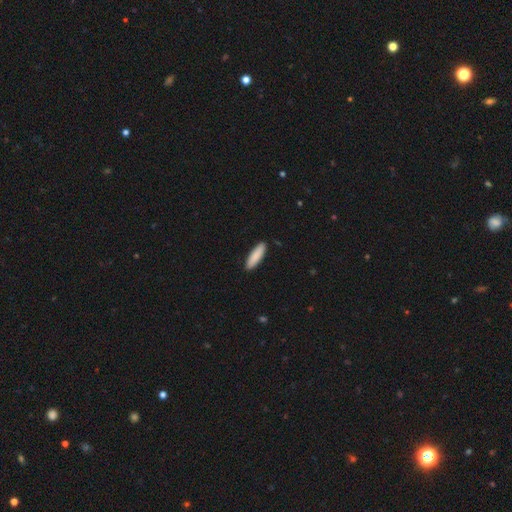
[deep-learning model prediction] Smooth or featured? smooth (89%)
How rounded? cigar-shaped (63%)
Merging? none (90%)